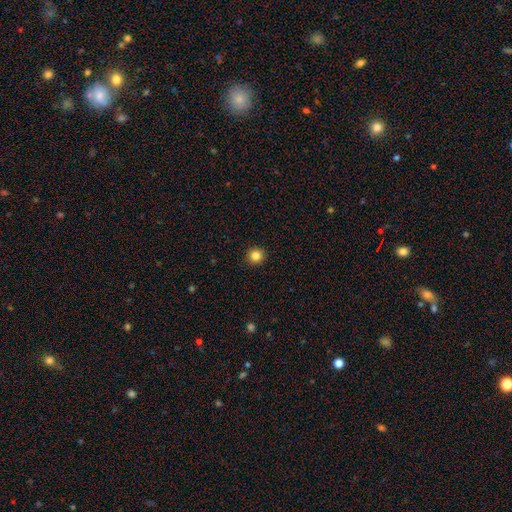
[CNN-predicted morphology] Smooth or featured: smooth — 84% (star or artifact — 11%)
How rounded: round — 93% (in between — 6%)
Merging: none — 93% (minor disturbance — 5%)